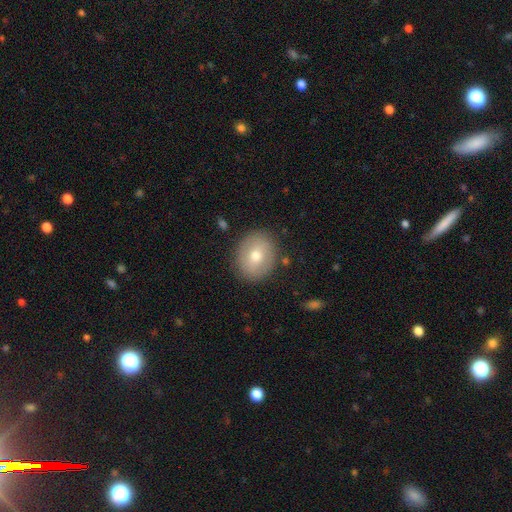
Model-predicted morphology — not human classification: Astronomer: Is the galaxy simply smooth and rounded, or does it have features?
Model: smooth — 64%.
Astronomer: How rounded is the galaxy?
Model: round — 62% (runner-up: in between, 38%).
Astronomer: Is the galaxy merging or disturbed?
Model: none — 86%.